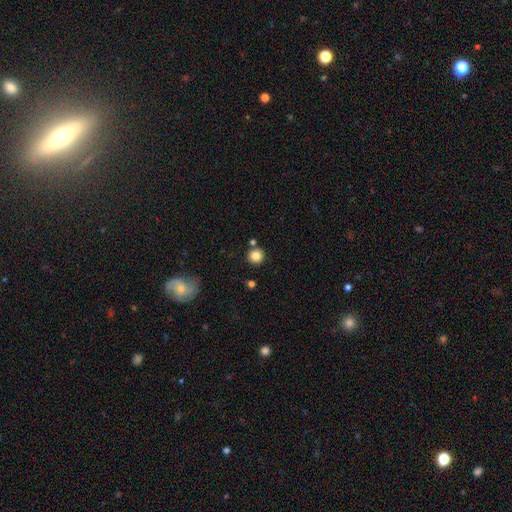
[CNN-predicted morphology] This is clearly a smooth galaxy (83%). How rounded: clearly round (94%). Merging: clearly none (84%).